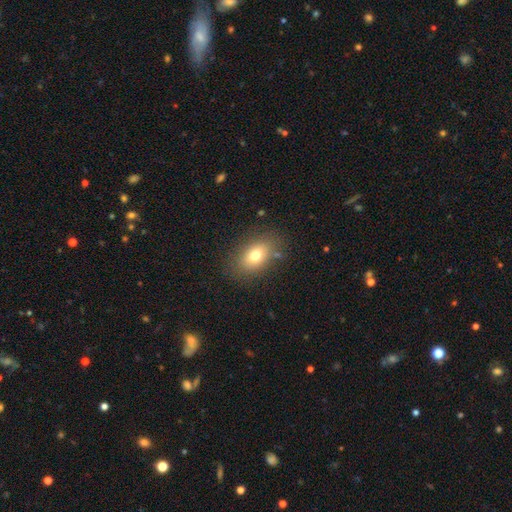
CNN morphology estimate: This is likely a smooth galaxy (75%). How rounded: clearly in between (80%). Merging: clearly none (81%).